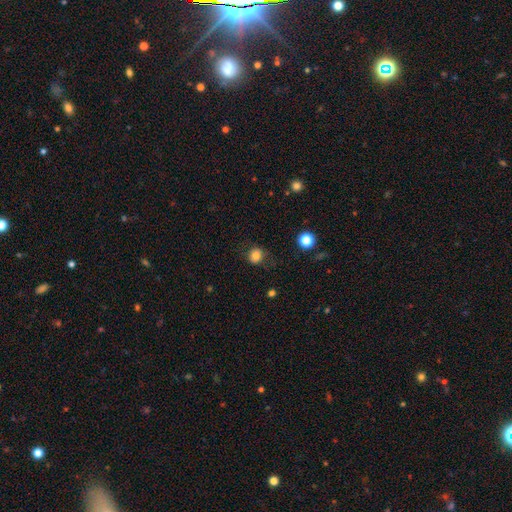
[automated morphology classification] Smooth or featured?
  - smooth: 81% *
  - star or artifact: 12%
  - featured or disk: 7%
How rounded?
  - round: 80% *
  - in between: 19%
  - cigar-shaped: 1%
Merging?
  - none: 77% *
  - minor disturbance: 15%
  - major disturbance: 6%
  - merger: 2%